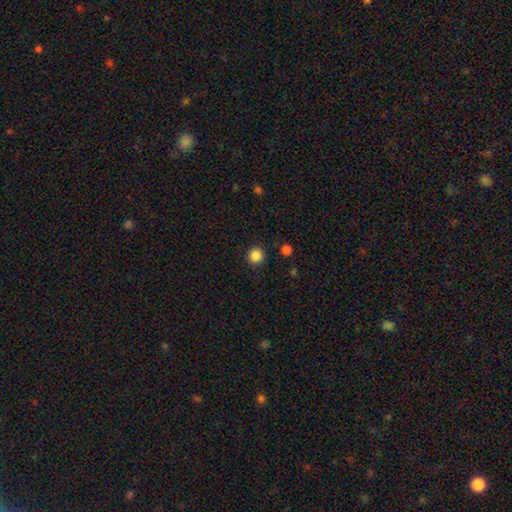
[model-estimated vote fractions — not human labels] Smooth or featured? Predicted: smooth (p=0.86). How rounded? Predicted: round (p=0.94). Merging? Predicted: none (p=0.91).